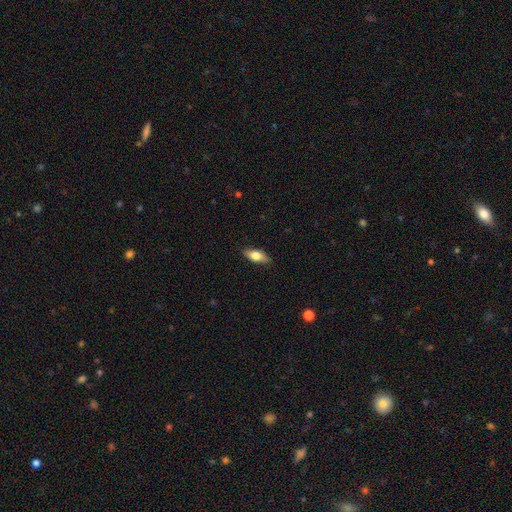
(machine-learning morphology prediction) Smooth or featured? smooth (67%)
How rounded? in between (77%)
Merging? none (86%)